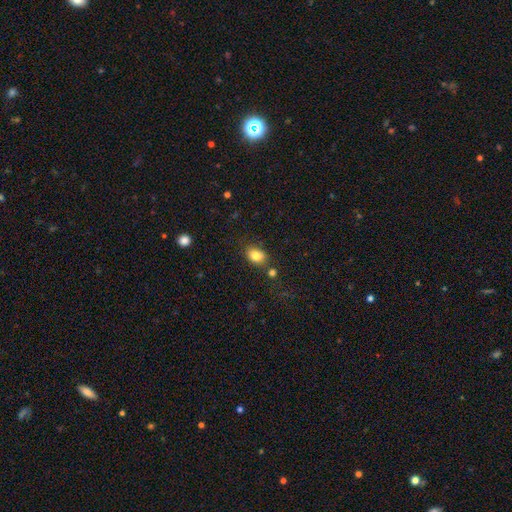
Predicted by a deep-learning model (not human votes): Smooth or featured?
  - smooth: 83% *
  - star or artifact: 9%
  - featured or disk: 7%
How rounded?
  - in between: 72% *
  - round: 27%
  - cigar-shaped: 1%
Merging?
  - none: 74% *
  - minor disturbance: 14%
  - merger: 8%
  - major disturbance: 4%